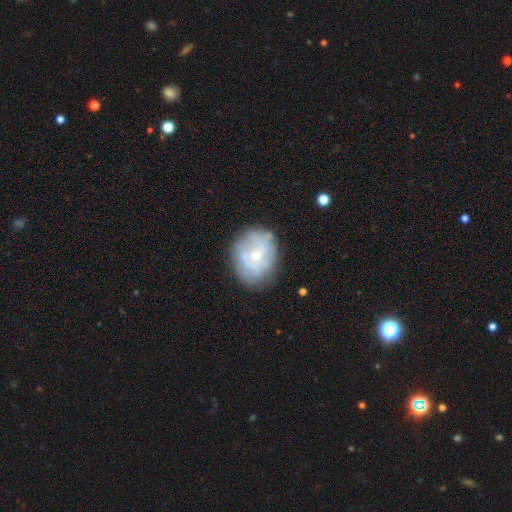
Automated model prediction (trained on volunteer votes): Overall: featured or disk (59%; smooth 33%). Edge-on disk: no (97%). Bar: no (71%). Spiral arms: no (56%; yes 44%). Bulge size: small (62%; moderate 34%). Merging: none (66%).